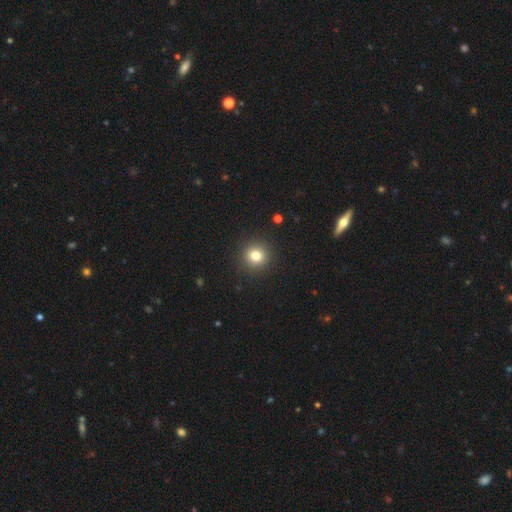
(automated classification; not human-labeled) smooth-or-featured: smooth: 80% | star or artifact: 13% | featured or disk: 7%
  how-rounded: round: 92% | in between: 7% | cigar-shaped: 1%
  merging: none: 91% | minor disturbance: 5% | major disturbance: 2% | merger: 1%